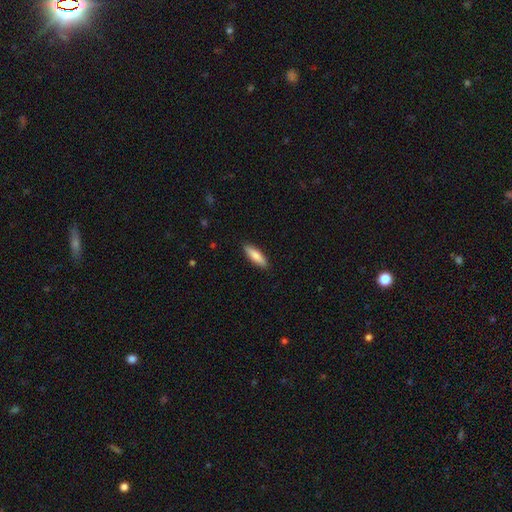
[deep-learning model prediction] Smooth or featured? smooth (83%)
How rounded? cigar-shaped (54%)
Merging? none (89%)